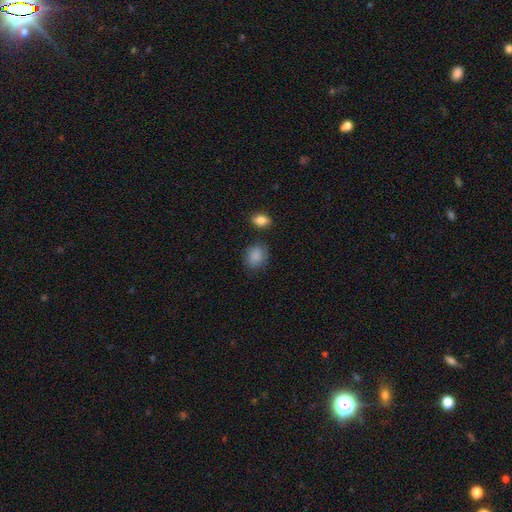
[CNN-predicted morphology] Overall: smooth (88%). How rounded: round (65%; in between 34%). Merging: none (80%).